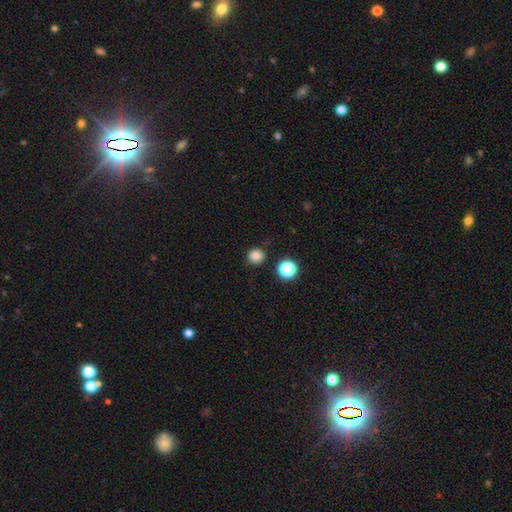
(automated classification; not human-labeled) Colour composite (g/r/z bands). It shows a smooth galaxy with no disk features (83%) that is round (89%). Merging: none (85%).